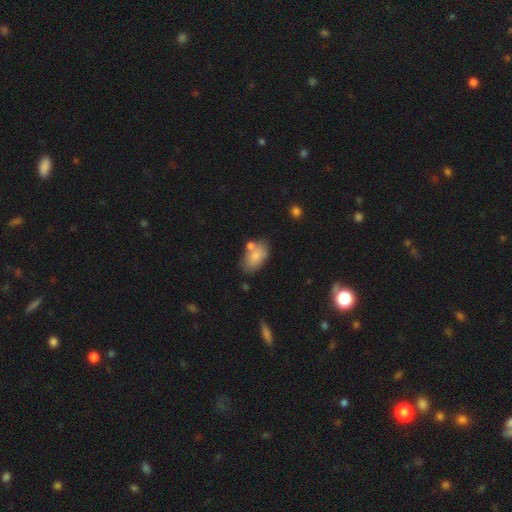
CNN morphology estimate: Smooth or featured?
  - smooth: 80% *
  - featured or disk: 13%
  - star or artifact: 8%
How rounded?
  - in between: 92% *
  - round: 6%
  - cigar-shaped: 2%
Merging?
  - none: 62% *
  - minor disturbance: 18%
  - merger: 15%
  - major disturbance: 5%